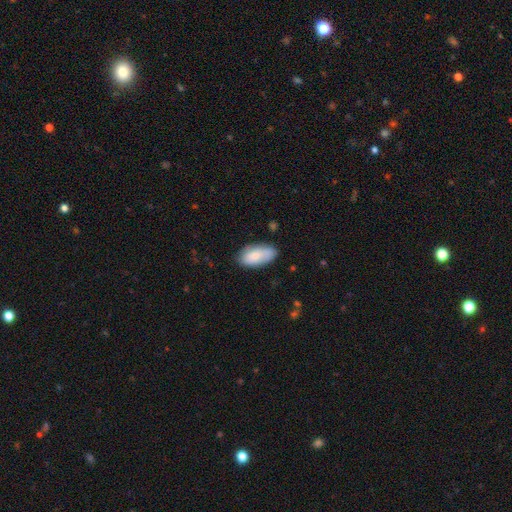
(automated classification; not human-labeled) Smooth or featured?
  - smooth: 75% *
  - featured or disk: 19%
  - star or artifact: 6%
How rounded?
  - in between: 94% *
  - cigar-shaped: 4%
  - round: 3%
Merging?
  - none: 72% *
  - minor disturbance: 22%
  - major disturbance: 4%
  - merger: 2%